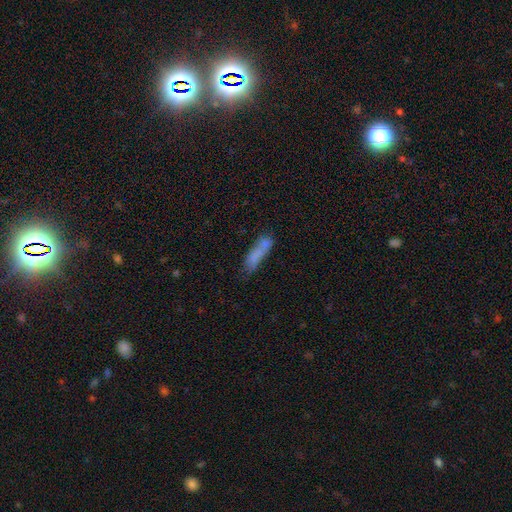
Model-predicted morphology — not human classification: type=smooth (70%); roundness=cigar-shaped (52%); merging=none (35%).